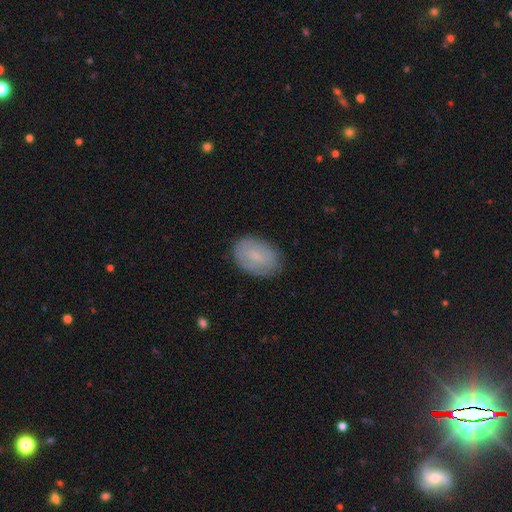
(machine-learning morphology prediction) Smooth or featured? Predicted: smooth (p=0.63). How rounded? Predicted: in between (p=0.84). Merging? Predicted: none (p=0.81).